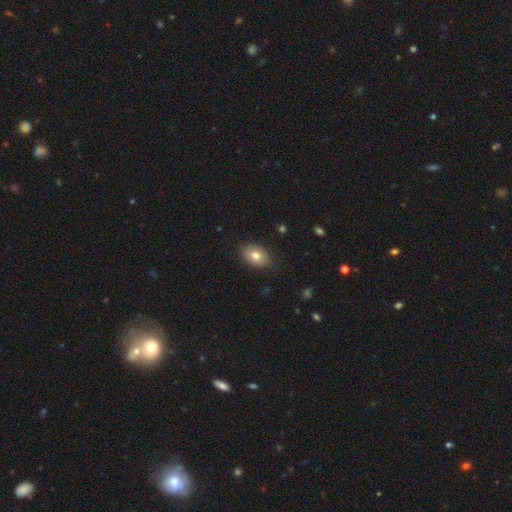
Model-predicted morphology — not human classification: Q: Smooth or featured?
A: smooth (76%); runner-up: featured or disk (16%)
Q: How rounded?
A: in between (87%); runner-up: round (12%)
Q: Merging?
A: none (83%); runner-up: minor disturbance (13%)